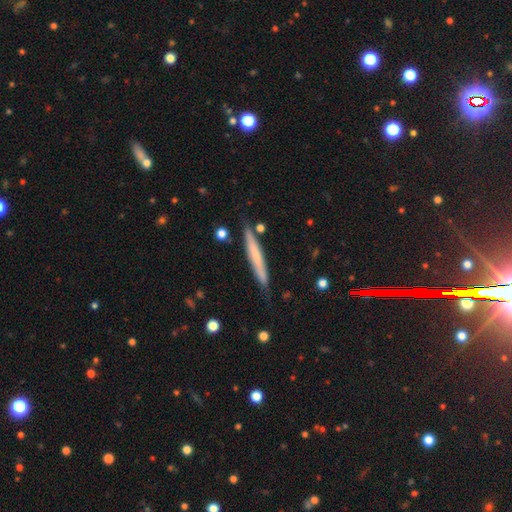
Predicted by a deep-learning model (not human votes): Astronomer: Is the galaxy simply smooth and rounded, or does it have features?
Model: smooth — 54% (runner-up: featured or disk, 39%).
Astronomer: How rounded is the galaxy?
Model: cigar-shaped — 96%.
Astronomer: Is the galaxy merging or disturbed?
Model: none — 82%.